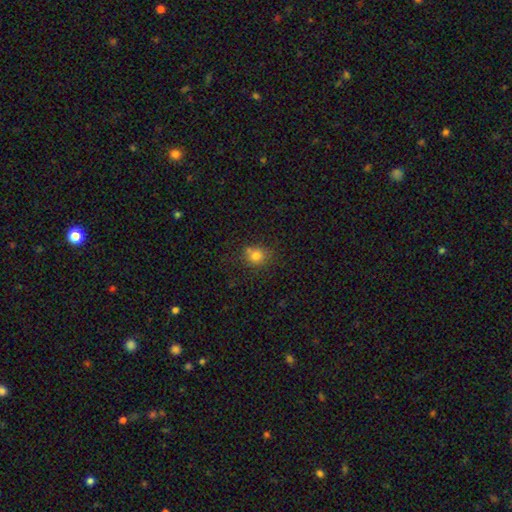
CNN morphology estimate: smooth 78%, star or artifact 14%, featured or disk 8%. Down the decision tree: how rounded — round (76%); merging — none (65%).